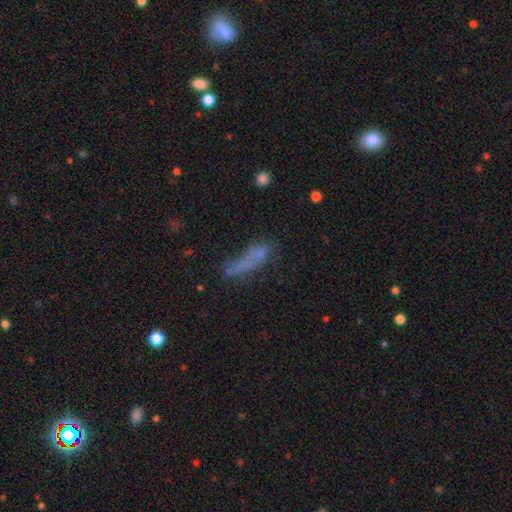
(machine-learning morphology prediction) A smooth galaxy with no disk features (59%) that is cigar-shaped (70%). Merging: none (43%).